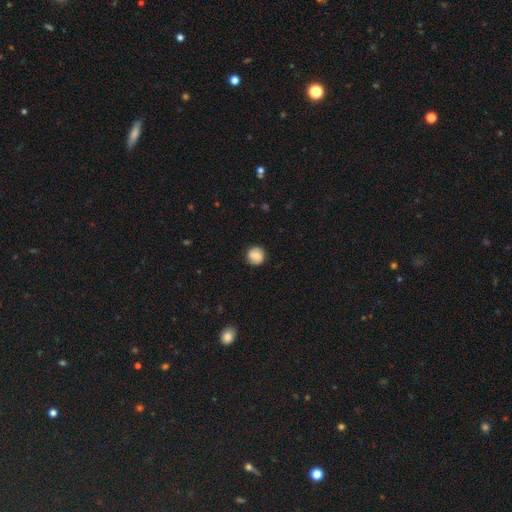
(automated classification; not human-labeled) A smooth galaxy with no disk features (76%) that is round (93%).

Vote fractions:
- Smooth or featured? smooth: 76% / featured or disk: 16% / star or artifact: 8%
- How rounded? round: 93% / in between: 6% / cigar-shaped: 1%
- Merging? none: 87% / minor disturbance: 9% / major disturbance: 2% / merger: 1%